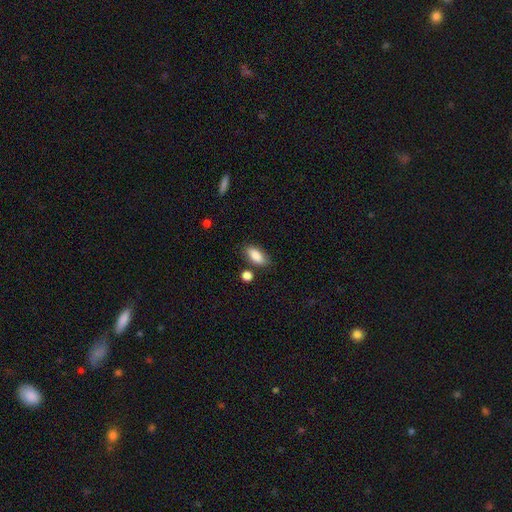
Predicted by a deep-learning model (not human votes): Overall: smooth (85%). How rounded: in between (85%). Merging: none (75%).